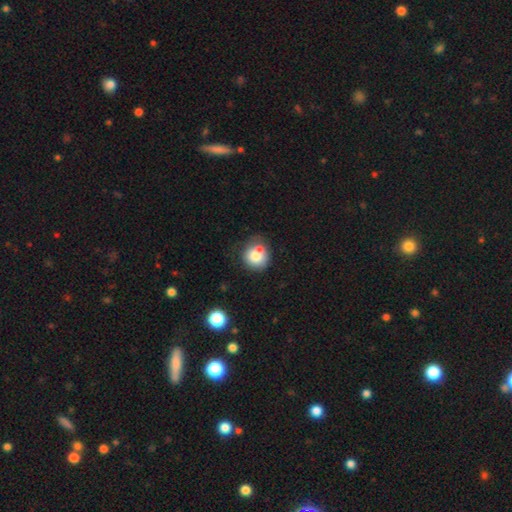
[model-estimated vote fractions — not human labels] A smooth galaxy with no disk features (75%) that is round (87%). Merging: none (52%).